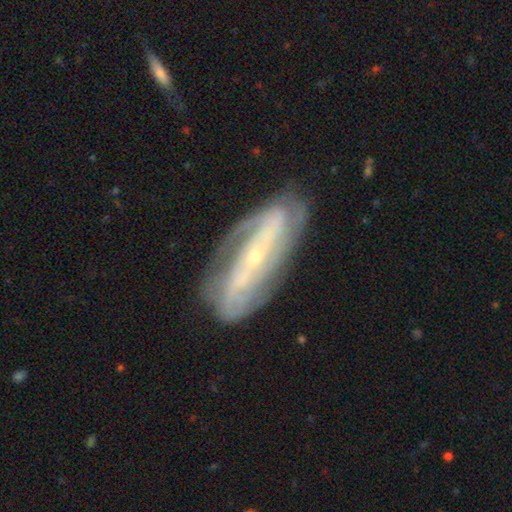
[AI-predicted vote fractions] This appears to be a featured or disk galaxy (85%) with a strong bar (50%), 2 (61%) tight (50%) spiral arms (91%) and a small central bulge (79%). Merging: none (75%).